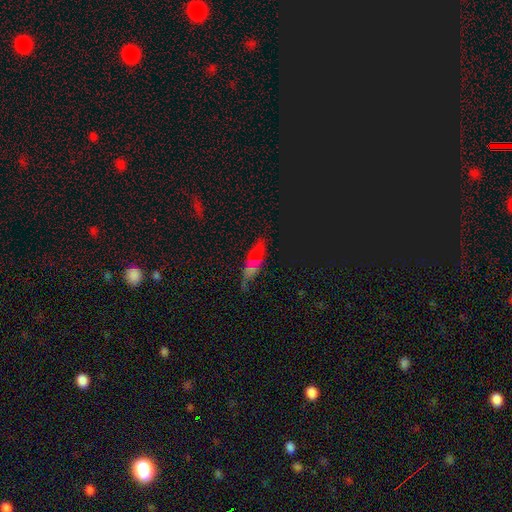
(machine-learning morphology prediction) This is possibly a smooth galaxy (48%). Merging: likely none (68%).